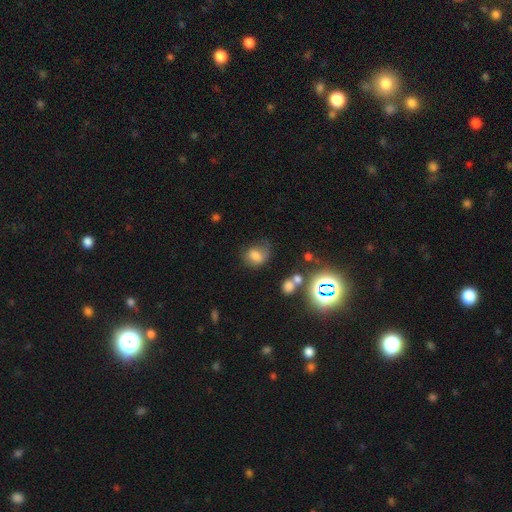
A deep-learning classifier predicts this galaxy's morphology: A smooth galaxy with no disk features (72%) that is in between round and cigar-shaped (58%). Merging: none (47%).